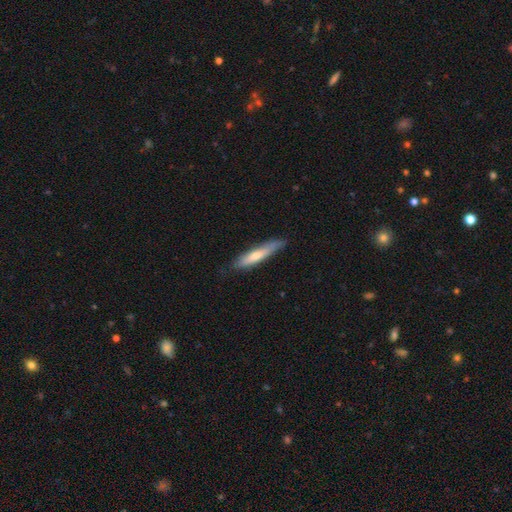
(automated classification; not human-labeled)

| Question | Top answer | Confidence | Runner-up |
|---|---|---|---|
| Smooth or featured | smooth | 53% | featured or disk (41%) |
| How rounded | cigar-shaped | 90% | in between (9%) |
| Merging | none | 80% | minor disturbance (16%) |